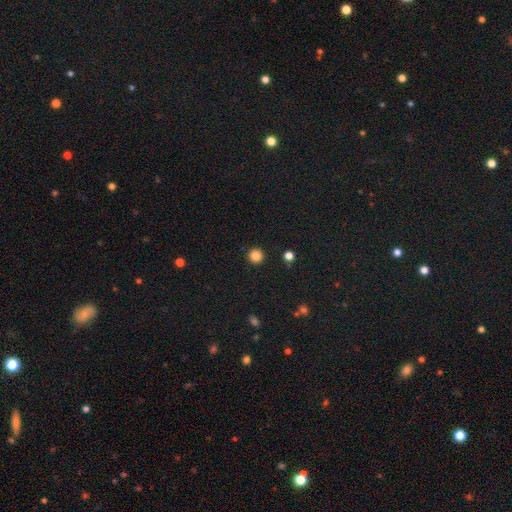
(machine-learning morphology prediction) smooth 85%, star or artifact 11%, featured or disk 4%. Down the decision tree: how rounded — round (96%); merging — none (93%).